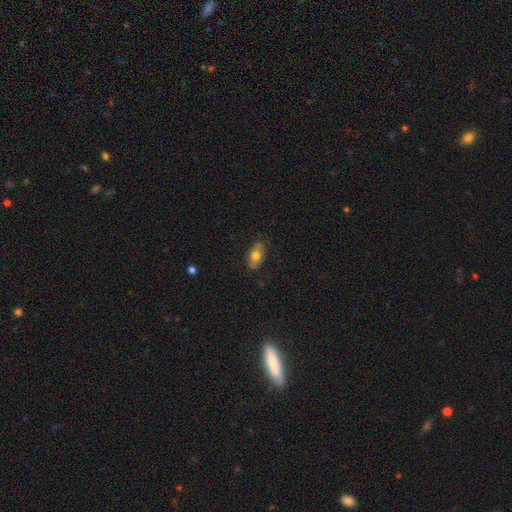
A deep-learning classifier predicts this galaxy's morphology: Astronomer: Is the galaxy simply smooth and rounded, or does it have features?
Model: smooth — 63%.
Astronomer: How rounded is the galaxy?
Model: in between — 88%.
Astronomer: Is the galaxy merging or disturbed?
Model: none — 79%.